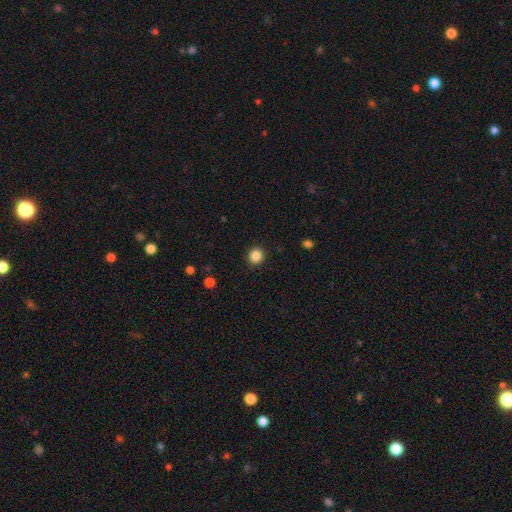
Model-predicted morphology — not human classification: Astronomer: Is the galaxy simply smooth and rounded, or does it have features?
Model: smooth — 86%.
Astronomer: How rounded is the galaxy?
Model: round — 83%.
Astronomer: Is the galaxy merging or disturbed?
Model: none — 91%.